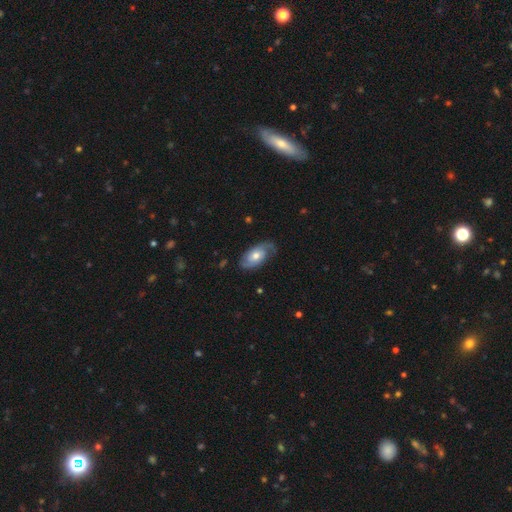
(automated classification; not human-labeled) A featured or disk galaxy (68%) with no bar (74%), 2 (71%) medium (39%, tied with tight) spiral arms (89%) and a moderate central bulge (67%). Merging: none (72%).